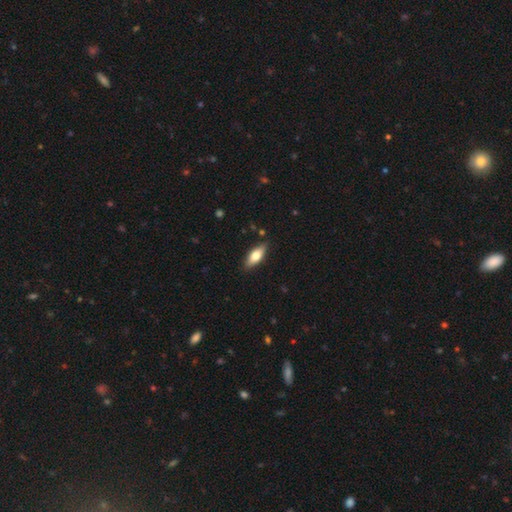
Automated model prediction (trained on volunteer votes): Q: Smooth or featured?
A: smooth (69%); runner-up: featured or disk (25%)
Q: How rounded?
A: in between (74%); runner-up: cigar-shaped (24%)
Q: Merging?
A: none (86%); runner-up: minor disturbance (10%)